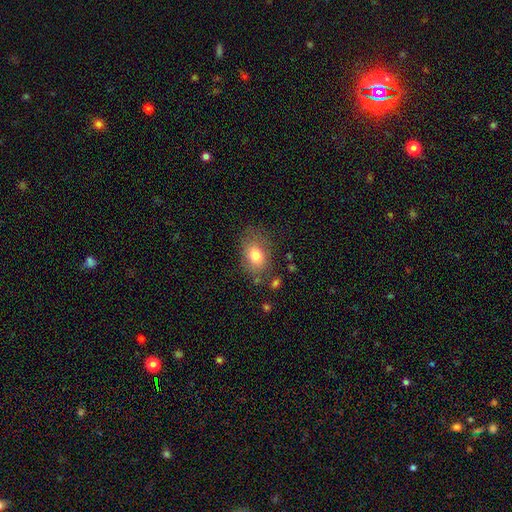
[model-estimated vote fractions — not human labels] This is likely a smooth galaxy (78%). How rounded: likely in between (78%). Merging: likely none (65%).